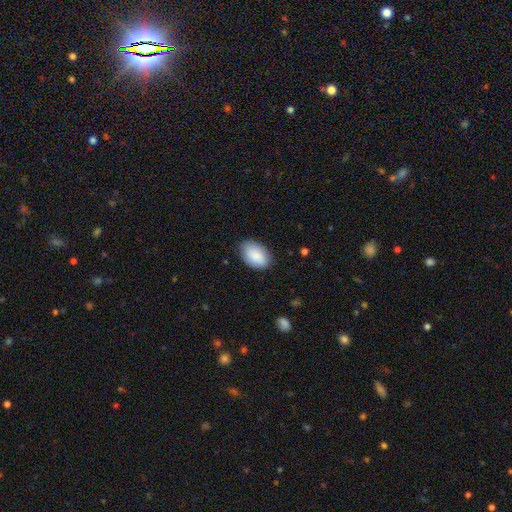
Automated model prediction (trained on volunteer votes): smooth 88%, star or artifact 6%, featured or disk 5%. Down the decision tree: how rounded — in between (91%); merging — none (80%).